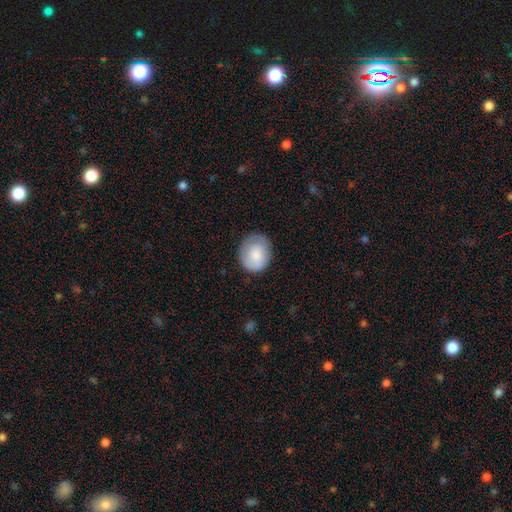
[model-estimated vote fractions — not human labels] This appears to be a smooth galaxy with no disk features (82%) that is round (66%). Merging: none (76%).